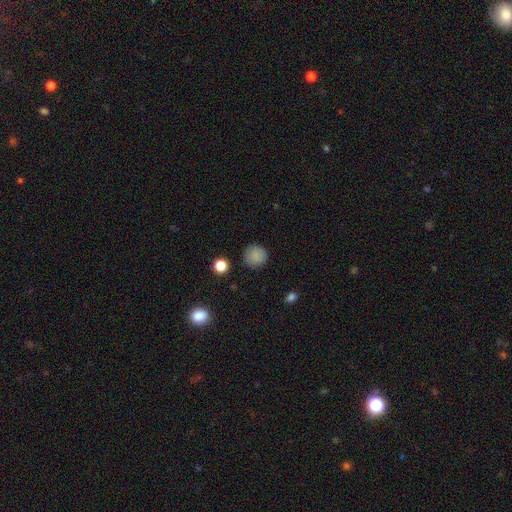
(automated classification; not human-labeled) This is clearly a smooth galaxy (86%). How rounded: clearly round (93%). Merging: clearly none (89%).